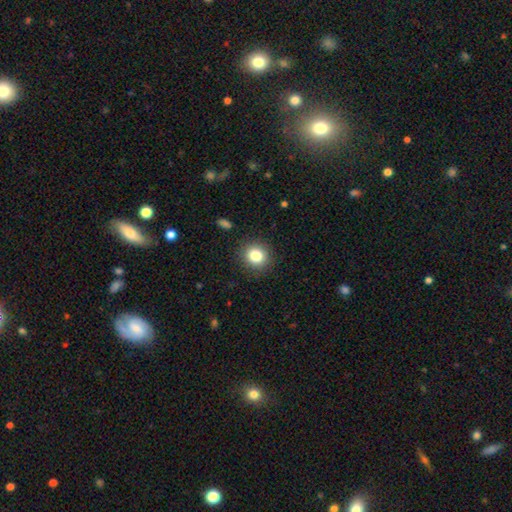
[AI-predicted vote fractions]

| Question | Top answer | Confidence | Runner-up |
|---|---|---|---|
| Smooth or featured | smooth | 82% | star or artifact (11%) |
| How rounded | round | 89% | in between (10%) |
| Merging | none | 90% | minor disturbance (7%) |